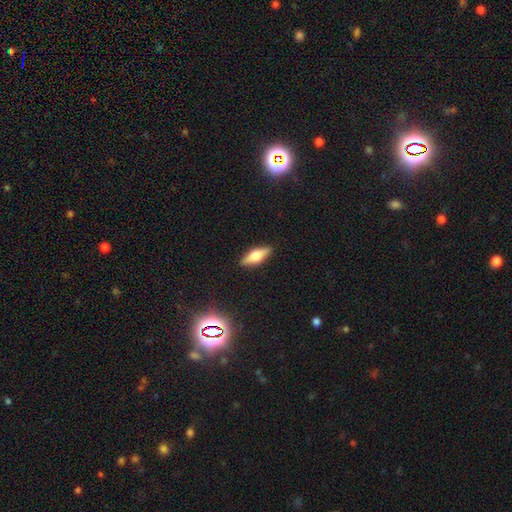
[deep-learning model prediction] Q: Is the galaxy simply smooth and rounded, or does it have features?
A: smooth — 53%.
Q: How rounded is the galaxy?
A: in between — 60%.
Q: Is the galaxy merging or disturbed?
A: none — 89%.